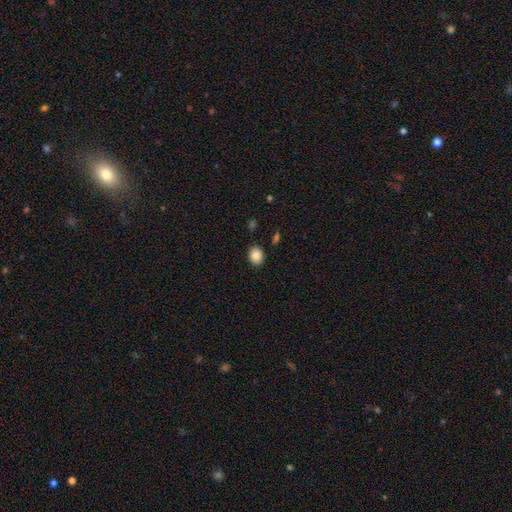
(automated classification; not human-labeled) Smooth or featured?
  - smooth: 86% *
  - star or artifact: 9%
  - featured or disk: 5%
How rounded?
  - round: 52% *
  - in between: 47%
  - cigar-shaped: 1%
Merging?
  - none: 88% *
  - minor disturbance: 8%
  - major disturbance: 2%
  - merger: 2%